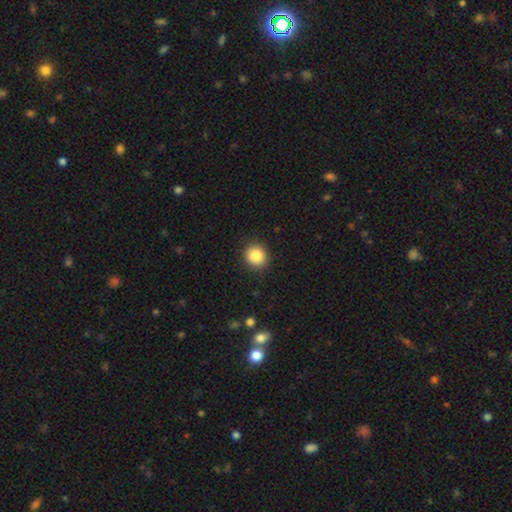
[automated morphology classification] smooth_or_featured: smooth (p=0.86) [alt: star or artifact p=0.09]
how_rounded: round (p=0.86) [alt: in between p=0.13]
merging: none (p=0.90) [alt: minor disturbance p=0.07]